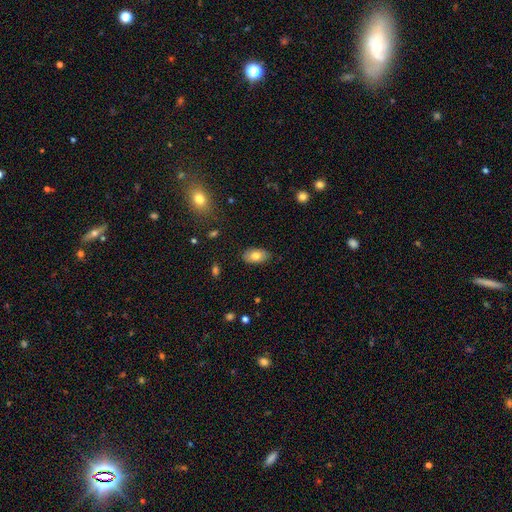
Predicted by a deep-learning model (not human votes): The model was most divided on "smooth or featured": smooth: 75%, featured or disk: 17%, star or artifact: 7%. More confident: how rounded — in between (93%); merging — none (84%).